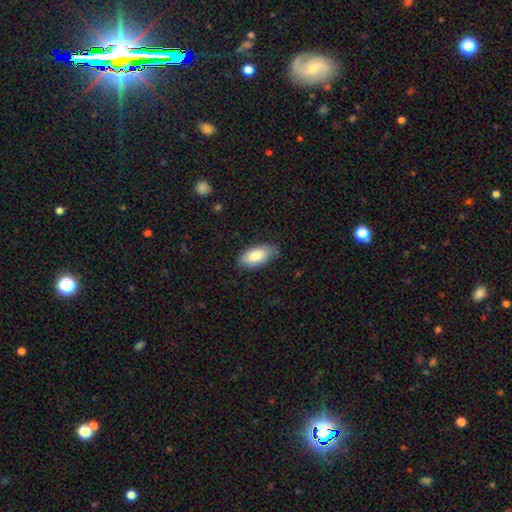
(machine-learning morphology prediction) A smooth galaxy with no disk features (83%) that is in between round and cigar-shaped (92%). Merging: none (76%).